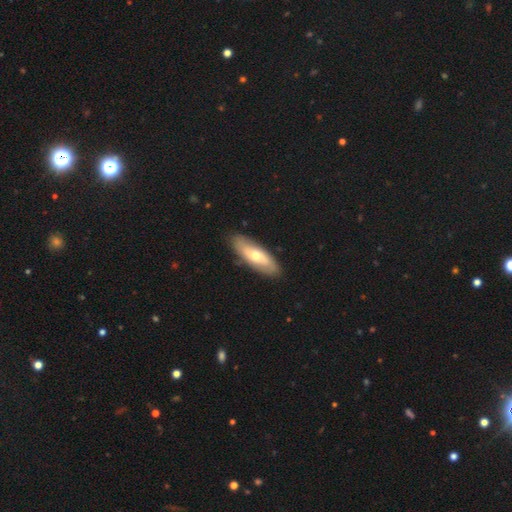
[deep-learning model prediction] Smooth or featured? Predicted: smooth (p=0.50). Merging? Predicted: none (p=0.87).